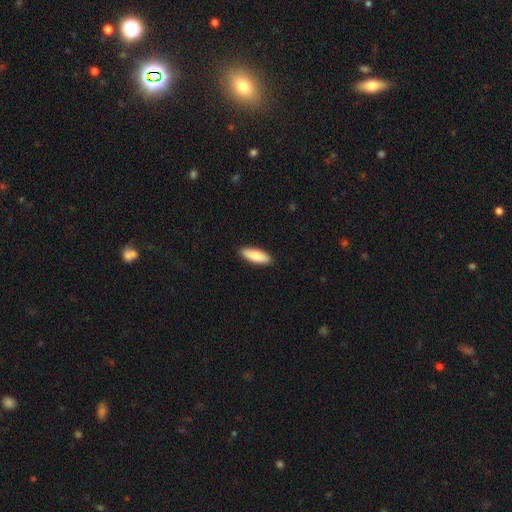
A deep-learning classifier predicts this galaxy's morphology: This is clearly a smooth galaxy (86%). How rounded: likely in between (63%). Merging: clearly none (89%).